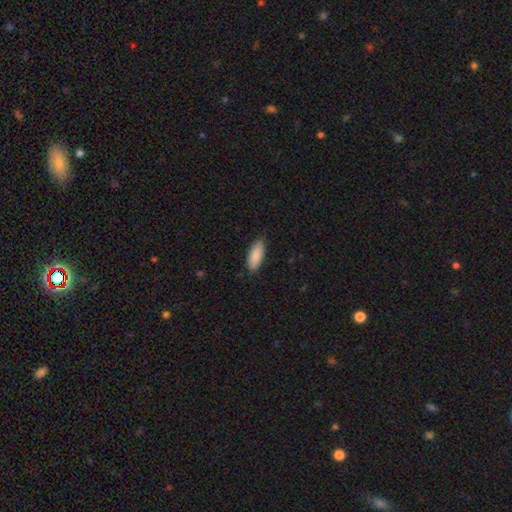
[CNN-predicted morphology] smooth 88%, featured or disk 6%, star or artifact 6%. Down the decision tree: how rounded — in between (78%); merging — none (86%).